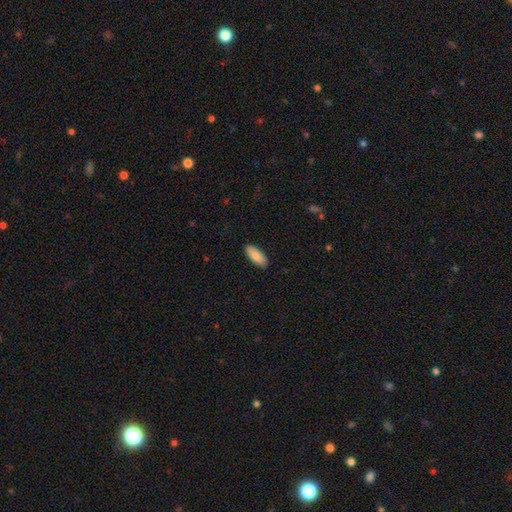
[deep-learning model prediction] A smooth galaxy with no disk features (87%) that is in between round and cigar-shaped (81%). Merging: none (89%).